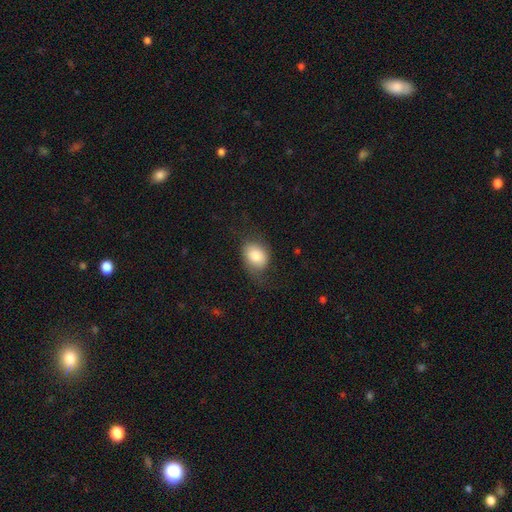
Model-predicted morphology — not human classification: A smooth galaxy with no disk features (77%) that is in between round and cigar-shaped (67%). Merging: none (58%).